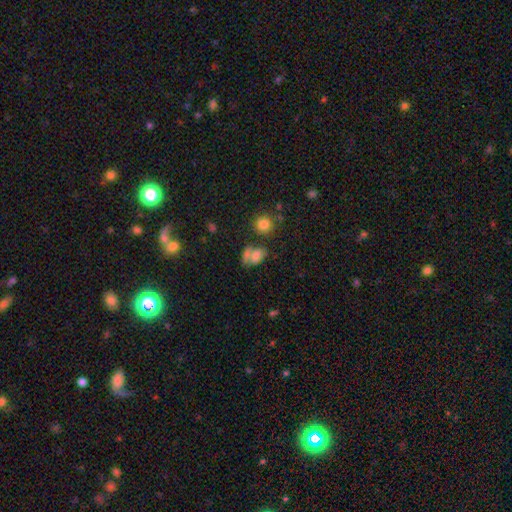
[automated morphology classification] The model was most divided on "merging": none: 35%, merger: 34%, minor disturbance: 18%, major disturbance: 12%. More confident: how rounded — in between (78%); smooth or featured — smooth (70%).